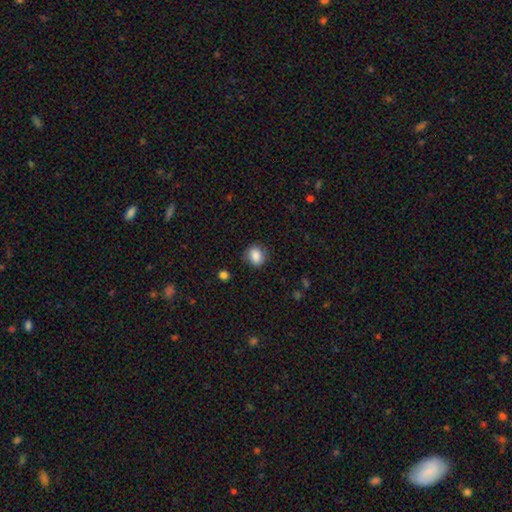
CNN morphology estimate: Smooth or featured? Predicted: smooth (p=0.86). How rounded? Predicted: round (p=0.58). Merging? Predicted: none (p=0.83).